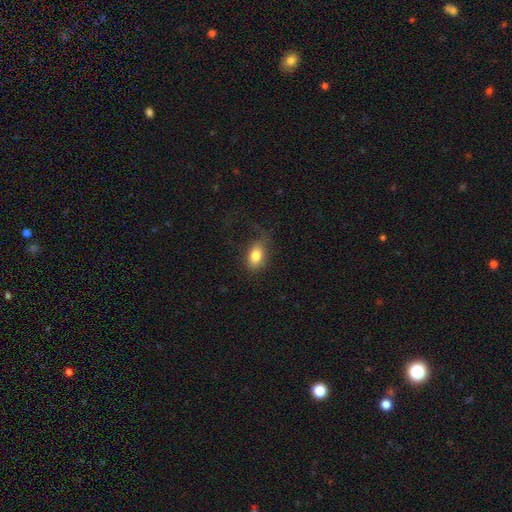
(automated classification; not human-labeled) This is clearly a smooth galaxy (81%). How rounded: clearly in between (87%). Merging: likely none (65%).